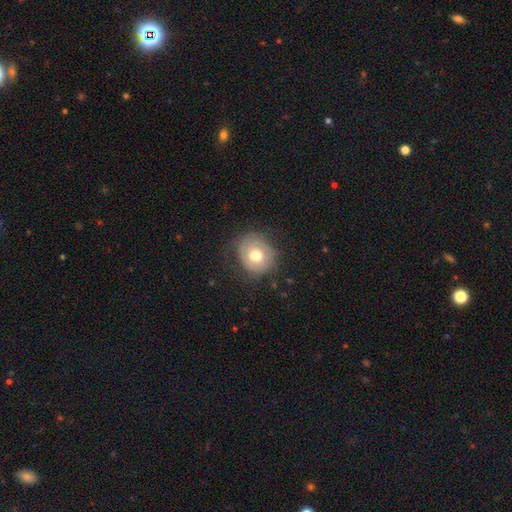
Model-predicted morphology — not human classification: The model was most divided on "smooth or featured": smooth: 57%, featured or disk: 35%, star or artifact: 8%. More confident: how rounded — round (81%); merging — none (65%).